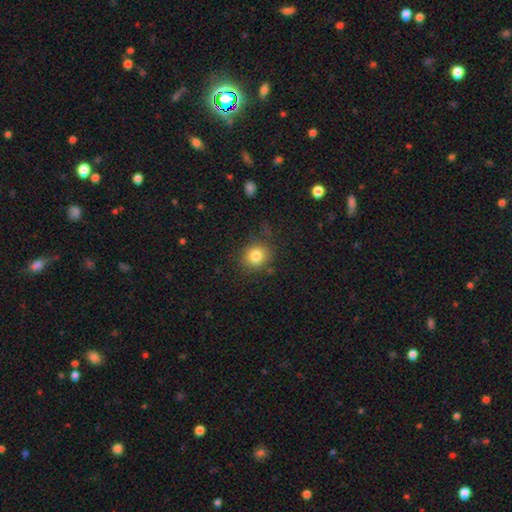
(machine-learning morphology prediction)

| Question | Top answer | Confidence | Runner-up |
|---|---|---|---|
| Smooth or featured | smooth | 81% | star or artifact (11%) |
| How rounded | round | 75% | in between (24%) |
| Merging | none | 81% | minor disturbance (13%) |